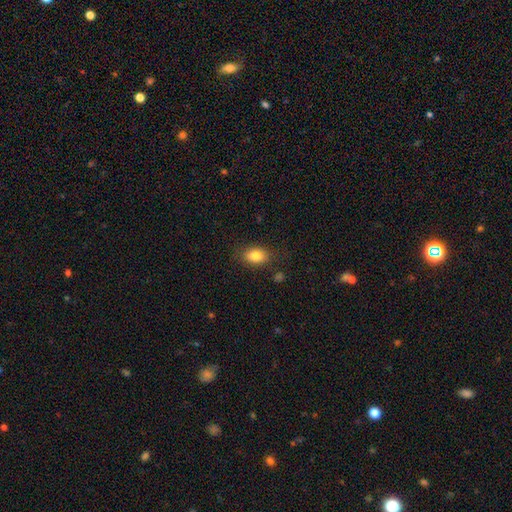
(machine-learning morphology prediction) Smooth or featured? Predicted: smooth (p=0.83). How rounded? Predicted: in between (p=0.83). Merging? Predicted: none (p=0.81).